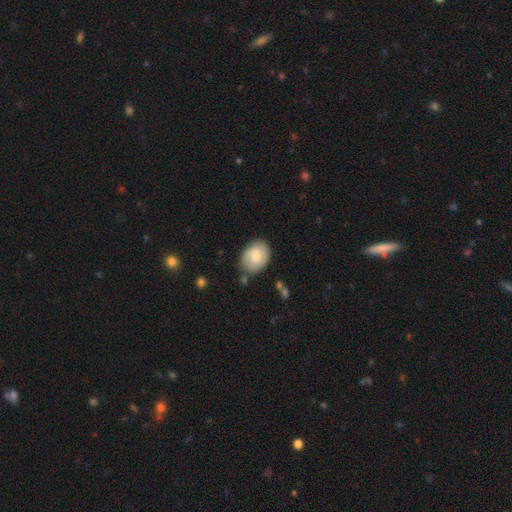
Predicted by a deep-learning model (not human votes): A smooth galaxy with no disk features (68%) that is in between round and cigar-shaped (70%). Merging: none (74%).